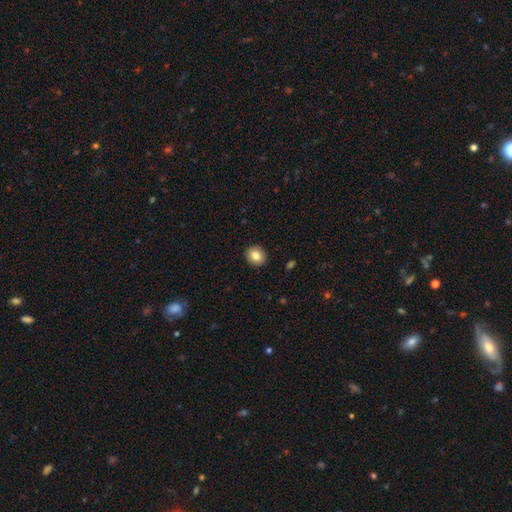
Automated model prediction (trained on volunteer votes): A smooth galaxy with no disk features (82%) that is round (81%).

Vote fractions:
- Smooth or featured? smooth: 82% / star or artifact: 9% / featured or disk: 9%
- How rounded? round: 81% / in between: 19% / cigar-shaped: 1%
- Merging? none: 92% / minor disturbance: 6% / major disturbance: 2% / merger: 1%